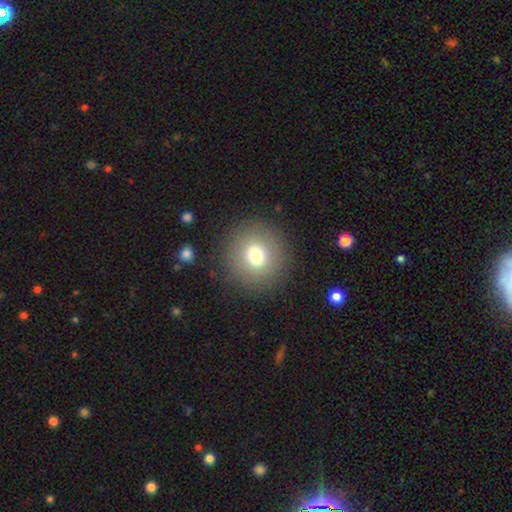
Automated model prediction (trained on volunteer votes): This is likely a smooth galaxy (74%). How rounded: clearly round (93%). Merging: clearly none (88%).